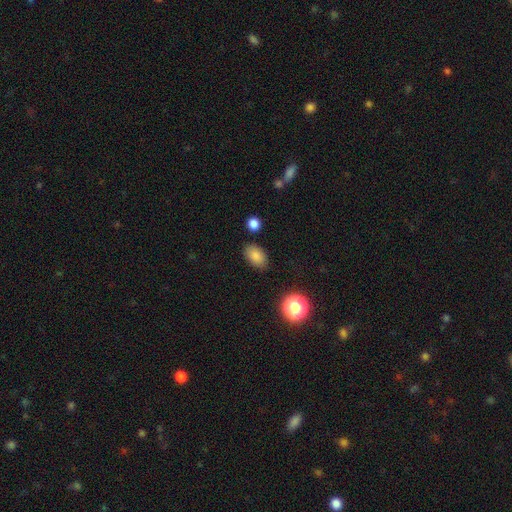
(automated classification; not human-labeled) A smooth galaxy with no disk features (84%) that is in between round and cigar-shaped (87%). Merging: none (83%).